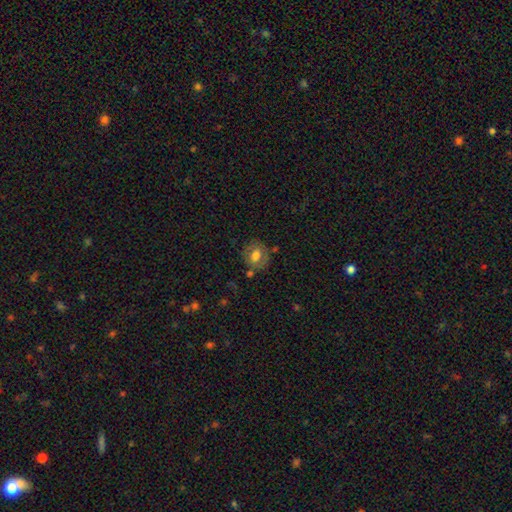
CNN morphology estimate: smooth-or-featured: smooth: 66% | featured or disk: 25% | star or artifact: 9%
  how-rounded: round: 70% | in between: 29% | cigar-shaped: 1%
  merging: none: 71% | minor disturbance: 17% | merger: 7% | major disturbance: 5%